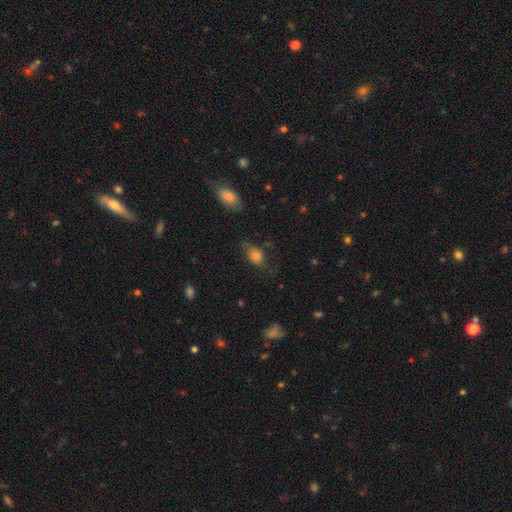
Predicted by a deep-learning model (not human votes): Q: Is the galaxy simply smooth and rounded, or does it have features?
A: smooth — 71%.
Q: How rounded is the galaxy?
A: in between — 74%.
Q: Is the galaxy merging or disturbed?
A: none — 57%.